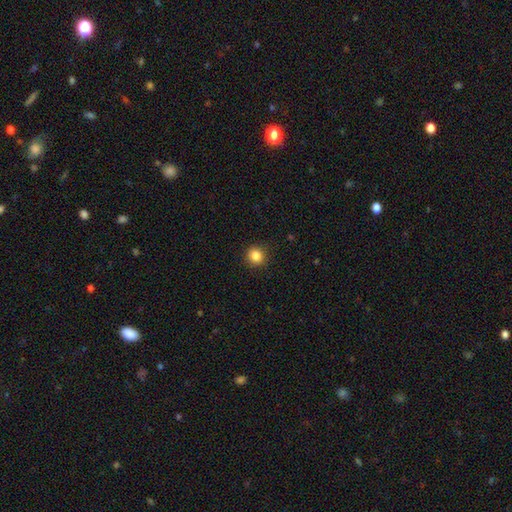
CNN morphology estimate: This appears to be a smooth galaxy with no disk features (85%) that is round (91%). Merging: none (91%).